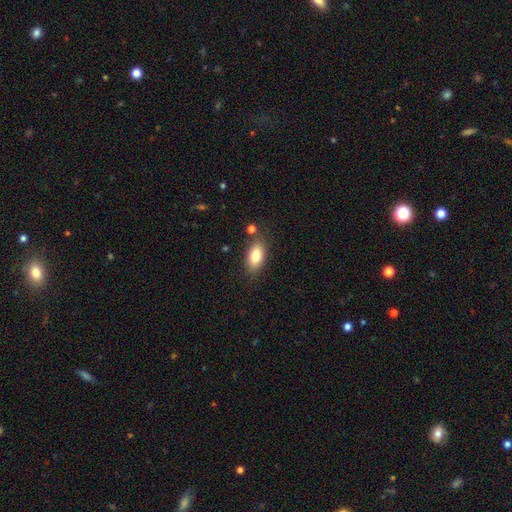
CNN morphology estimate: A smooth galaxy with no disk features (80%) that is in between round and cigar-shaped (89%). Merging: none (80%).